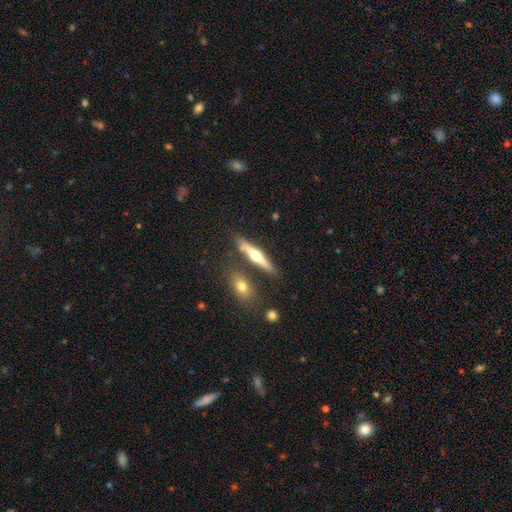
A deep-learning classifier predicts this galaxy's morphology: This is possibly a featured or disk galaxy (58%). It is clearly viewed edge-on (94%). Edge-on bulge: clearly rounded (93%). Merging: likely none (77%).